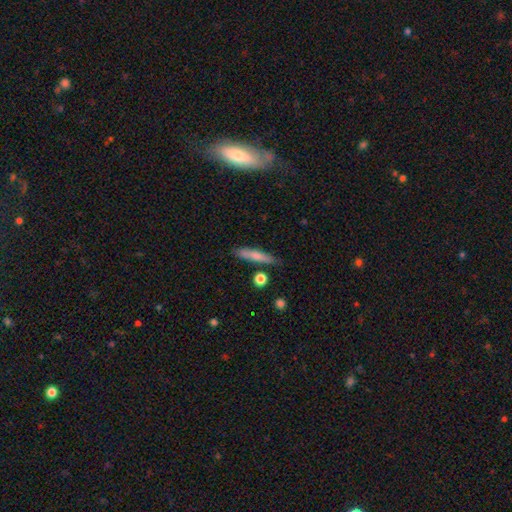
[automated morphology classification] smooth-or-featured: smooth: 73% | featured or disk: 20% | star or artifact: 7%
  how-rounded: cigar-shaped: 87% | in between: 11% | round: 3%
  merging: none: 78% | minor disturbance: 14% | merger: 5% | major disturbance: 3%